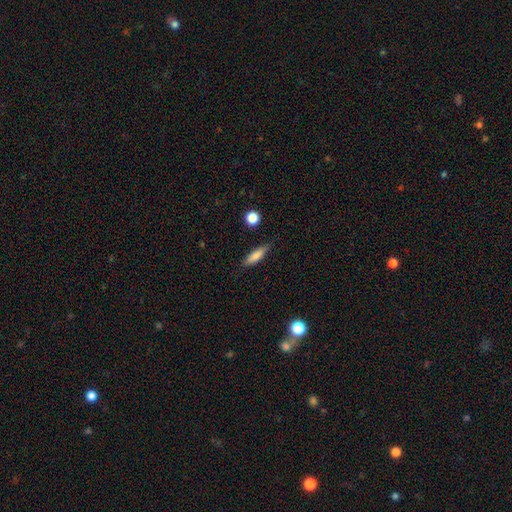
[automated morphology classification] Q: Smooth or featured?
A: smooth (77%); runner-up: featured or disk (16%)
Q: How rounded?
A: cigar-shaped (60%); runner-up: in between (37%)
Q: Merging?
A: none (80%); runner-up: minor disturbance (15%)